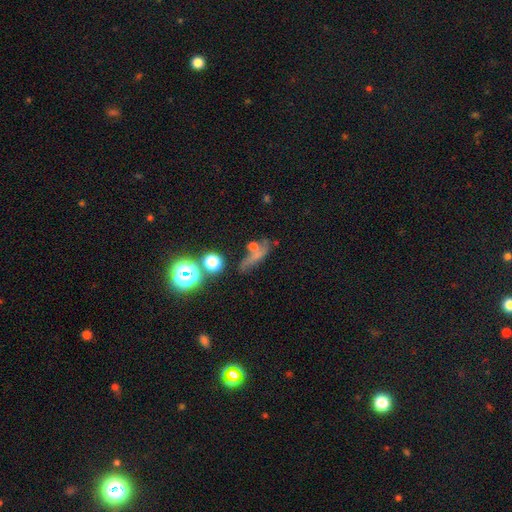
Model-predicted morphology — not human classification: smooth-or-featured: smooth: 51% | featured or disk: 25% | star or artifact: 23%
  how-rounded: cigar-shaped: 47% | in between: 31% | round: 22%
  merging: none: 54% | minor disturbance: 19% | merger: 14% | major disturbance: 12%